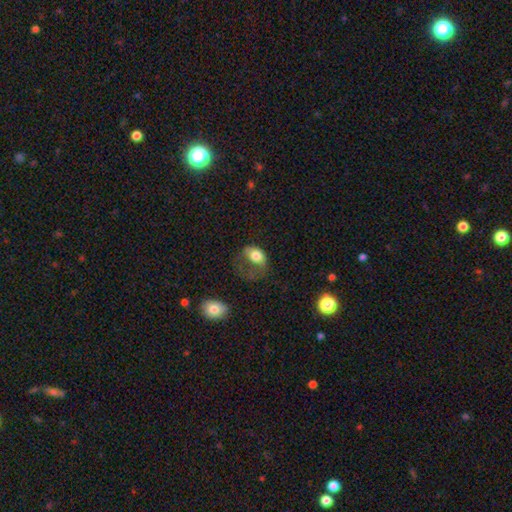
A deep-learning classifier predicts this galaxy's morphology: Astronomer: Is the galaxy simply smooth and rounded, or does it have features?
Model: smooth — 72%.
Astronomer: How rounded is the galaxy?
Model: in between — 73%.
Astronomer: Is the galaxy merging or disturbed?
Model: major disturbance — 59%.